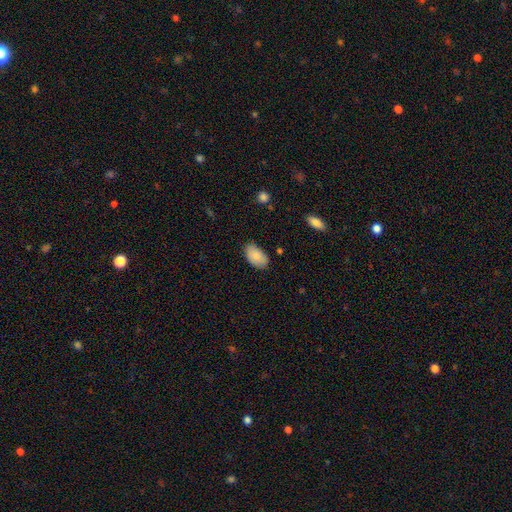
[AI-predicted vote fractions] Smooth or featured? Predicted: smooth (p=0.84). How rounded? Predicted: in between (p=0.93). Merging? Predicted: none (p=0.75).